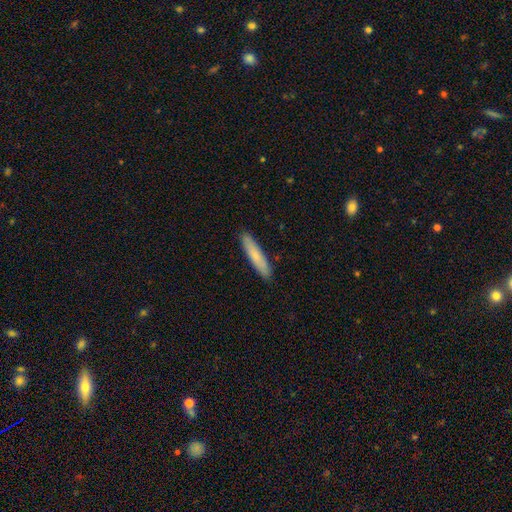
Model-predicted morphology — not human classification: smooth_or_featured: smooth (p=0.76) [alt: featured or disk p=0.18]
how_rounded: cigar-shaped (p=0.88) [alt: in between p=0.11]
merging: none (p=0.90) [alt: minor disturbance p=0.08]